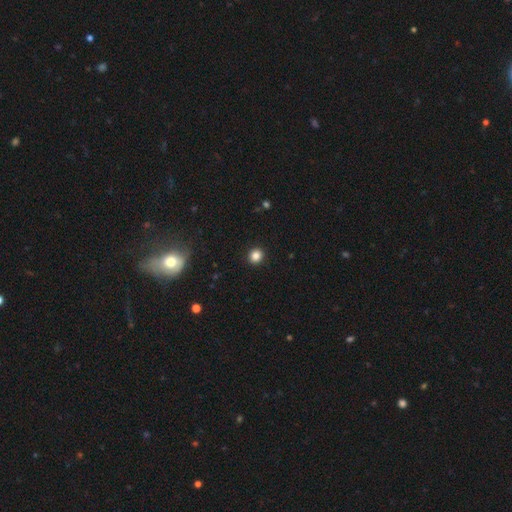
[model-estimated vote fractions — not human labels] smooth_or_featured: smooth (p=0.84) [alt: star or artifact p=0.12]
how_rounded: round (p=0.89) [alt: in between p=0.10]
merging: none (p=0.93) [alt: minor disturbance p=0.05]